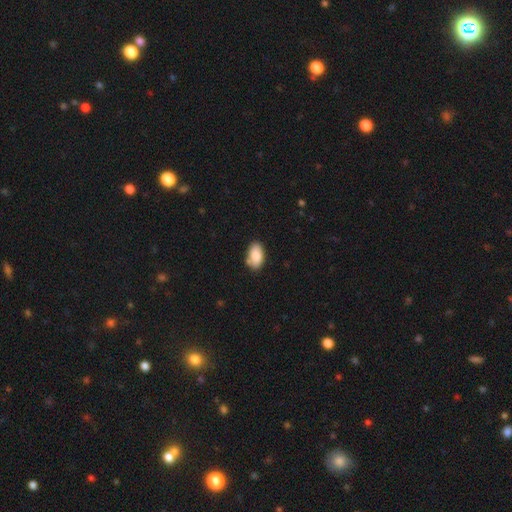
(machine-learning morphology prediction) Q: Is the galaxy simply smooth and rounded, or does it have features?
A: smooth — 85%.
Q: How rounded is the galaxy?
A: in between — 93%.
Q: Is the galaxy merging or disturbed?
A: none — 74%.